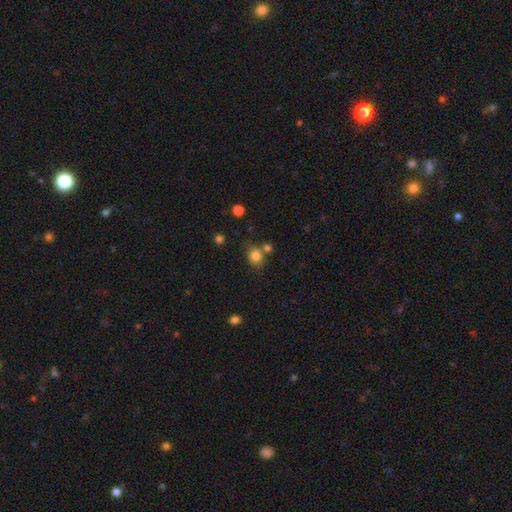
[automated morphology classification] A smooth galaxy with no disk features (81%) that is round (70%). Merging: none (65%).